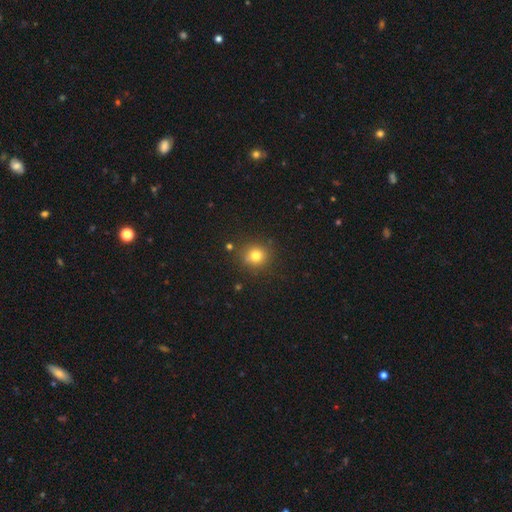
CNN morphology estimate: Smooth or featured? smooth (79%)
How rounded? round (86%)
Merging? none (84%)